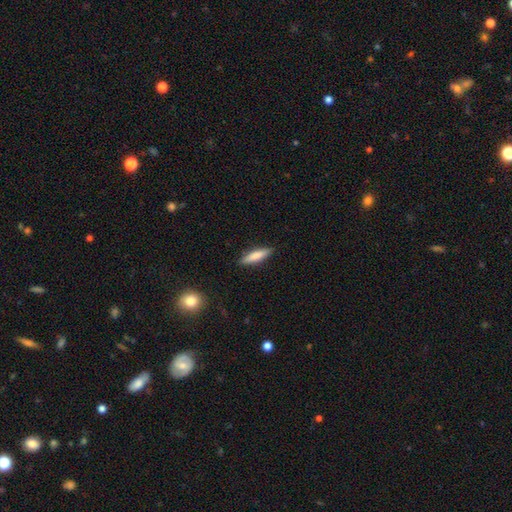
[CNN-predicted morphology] The model was most divided on "how rounded": cigar-shaped: 75%, in between: 23%, round: 1%. More confident: merging — none (89%); smooth or featured — smooth (78%).